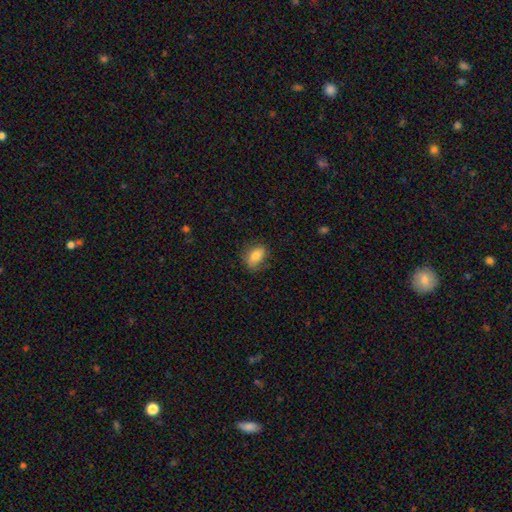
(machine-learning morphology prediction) smooth 78%, featured or disk 14%, star or artifact 8%. Down the decision tree: how rounded — in between (82%); merging — none (75%).